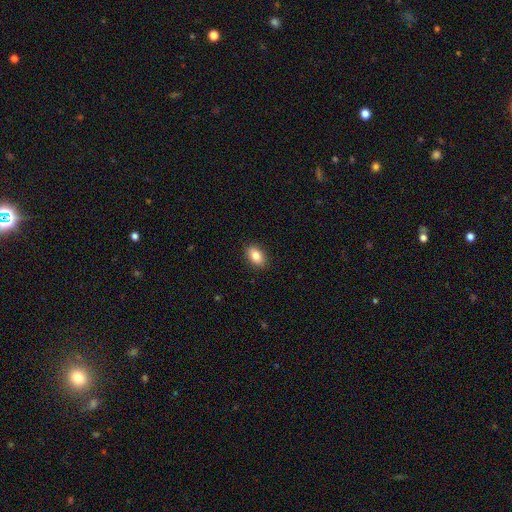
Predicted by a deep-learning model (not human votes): Smooth or featured? smooth (83%)
How rounded? in between (87%)
Merging? none (89%)